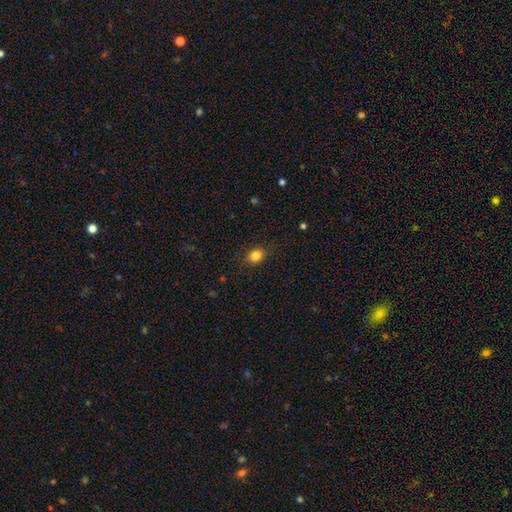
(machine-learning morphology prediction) A smooth galaxy with no disk features (83%) that is round (65%).

Vote fractions:
- Smooth or featured? smooth: 83% / star or artifact: 11% / featured or disk: 5%
- How rounded? round: 65% / in between: 34% / cigar-shaped: 1%
- Merging? none: 87% / minor disturbance: 10% / major disturbance: 3% / merger: 1%